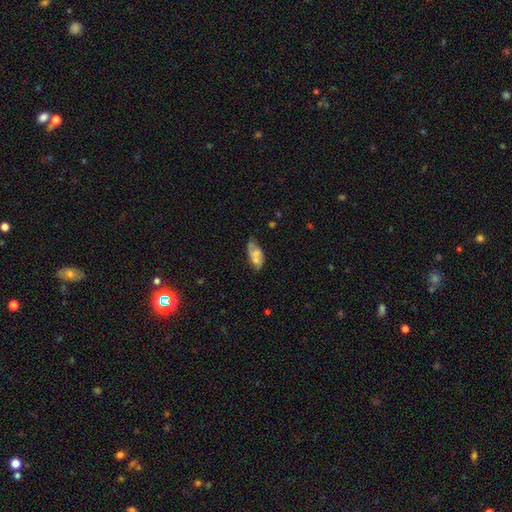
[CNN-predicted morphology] Smooth or featured?
  - smooth: 52% *
  - featured or disk: 39%
  - star or artifact: 9%
How rounded?
  - in between: 89% *
  - cigar-shaped: 7%
  - round: 4%
Merging?
  - none: 42% *
  - minor disturbance: 26%
  - merger: 19%
  - major disturbance: 12%